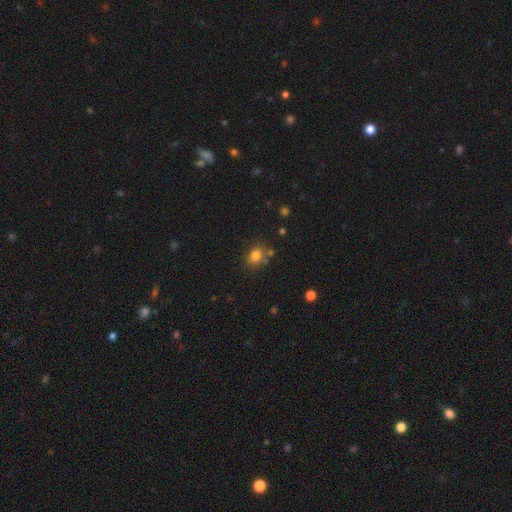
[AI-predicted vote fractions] Overall: smooth (79%). How rounded: round (58%; in between 41%). Merging: none (74%).